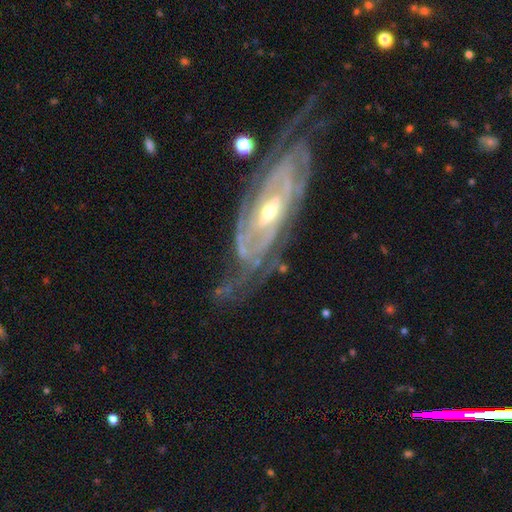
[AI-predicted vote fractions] Q: Smooth or featured?
A: featured or disk (87%); runner-up: smooth (7%)
Q: Edge-on disk?
A: no (86%); runner-up: yes (14%)
Q: Bar?
A: no (47%); runner-up: weak (34%)
Q: Spiral arms?
A: yes (93%); runner-up: no (7%)
Q: Spiral winding?
A: tight (71%); runner-up: medium (23%)
Q: Spiral arm count?
A: can't tell (44%); runner-up: 2 (23%)
Q: Bulge size?
A: moderate (49%); runner-up: small (46%)
Q: Merging?
A: none (65%); runner-up: minor disturbance (21%)